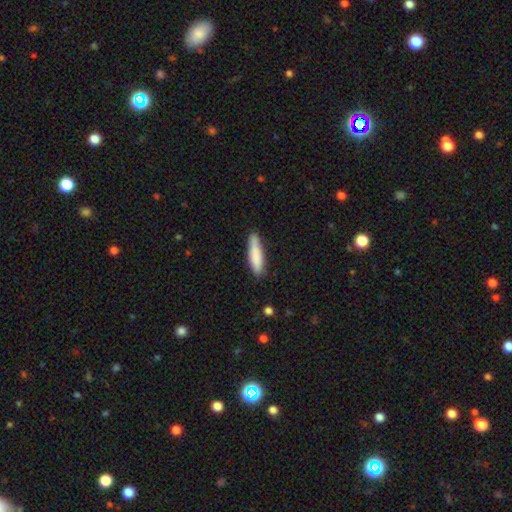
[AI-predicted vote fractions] smooth-or-featured: smooth: 81% | featured or disk: 13% | star or artifact: 6%
  how-rounded: cigar-shaped: 78% | in between: 21% | round: 1%
  merging: none: 81% | minor disturbance: 15% | major disturbance: 2% | merger: 2%